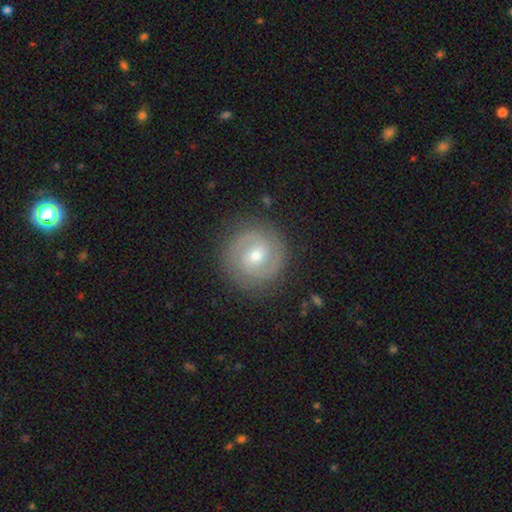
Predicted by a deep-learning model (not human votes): smooth_or_featured: featured or disk (p=0.77) [alt: smooth p=0.16]
disk_edge_on: no (p=0.98) [alt: yes p=0.02]
bar: weak (p=0.48) [alt: no p=0.37]
has_spiral_arms: yes (p=0.92) [alt: no p=0.08]
spiral_winding: tight (p=0.51) [alt: medium p=0.39]
spiral_arm_count: 2 (p=0.86) [alt: can't tell p=0.06]
bulge_size: moderate (p=0.54) [alt: small p=0.41]
merging: none (p=0.87) [alt: minor disturbance p=0.09]